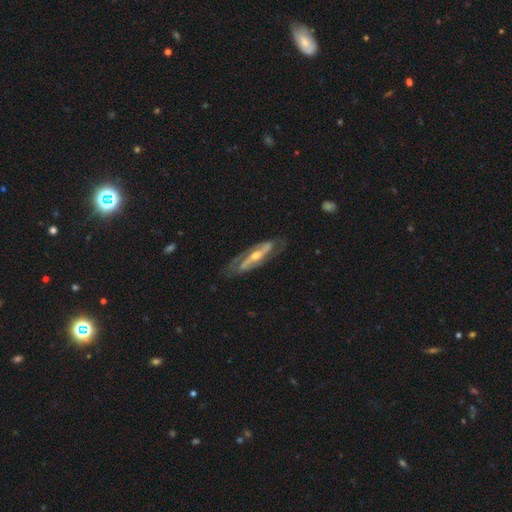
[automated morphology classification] A featured or disk galaxy (86%) with a strong bar (49%), 2 (89%) medium (45%) spiral arms (92%) and a moderate central bulge (60%).

Vote fractions:
- Smooth or featured? featured or disk: 86% / smooth: 10% / star or artifact: 5%
- Edge-on disk? no: 81% / yes: 19%
- Bar? strong: 49% / weak: 28% / no: 23%
- Spiral arms? yes: 92% / no: 8%
- Spiral winding? medium: 45% / tight: 28% / loose: 27%
- Spiral arm count? 2: 89% / can't tell: 6% / 1: 2% / 3: 1% / 4: 1% / more than 4: 1%
- Bulge size? moderate: 60% / small: 35% / large: 3% / none: 1% / dominant: 1%
- Merging? none: 77% / minor disturbance: 15% / major disturbance: 6% / merger: 1%